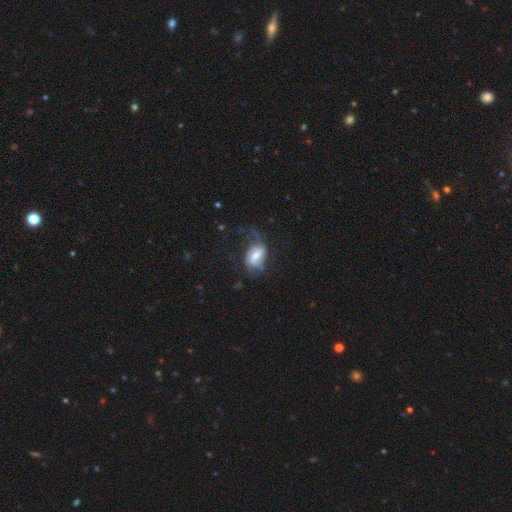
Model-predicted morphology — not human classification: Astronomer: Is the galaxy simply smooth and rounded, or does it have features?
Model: featured or disk — 64%.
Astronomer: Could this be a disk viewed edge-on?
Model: no — 95%.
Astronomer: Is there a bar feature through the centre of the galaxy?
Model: weak — 44% (runner-up: strong, 34%).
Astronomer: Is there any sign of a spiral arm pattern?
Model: yes — 78%.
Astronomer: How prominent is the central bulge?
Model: moderate — 52% (runner-up: small, 32%).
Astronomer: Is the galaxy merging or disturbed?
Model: none — 38% (runner-up: major disturbance, 35%).